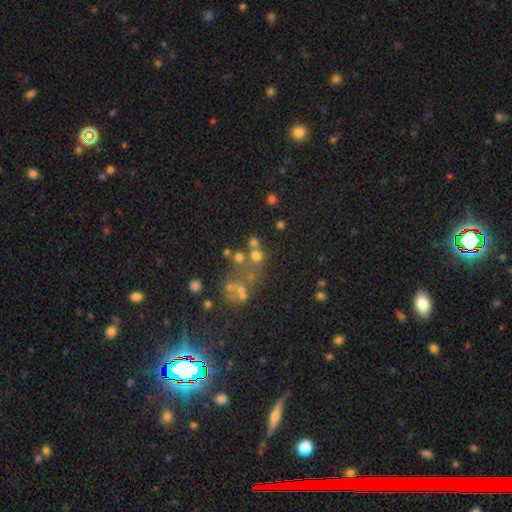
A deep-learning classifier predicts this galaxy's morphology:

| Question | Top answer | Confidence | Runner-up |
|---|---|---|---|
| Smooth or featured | smooth | 53% | star or artifact (26%) |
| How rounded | round | 76% | in between (22%) |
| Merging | none | 47% | merger (32%) |